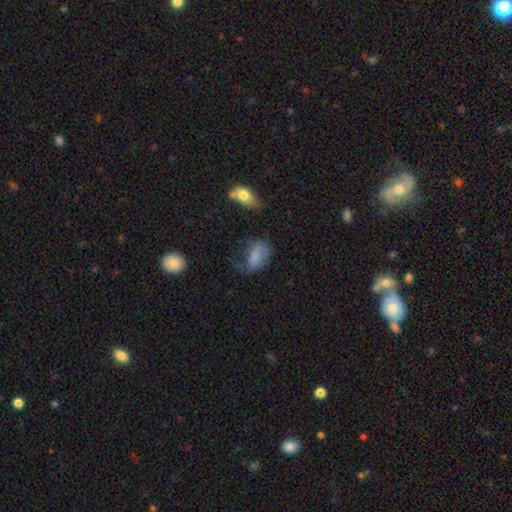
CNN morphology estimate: Smooth or featured: smooth — 67% (featured or disk — 22%)
How rounded: in between — 85% (round — 9%)
Merging: major disturbance — 35% (none — 32%)